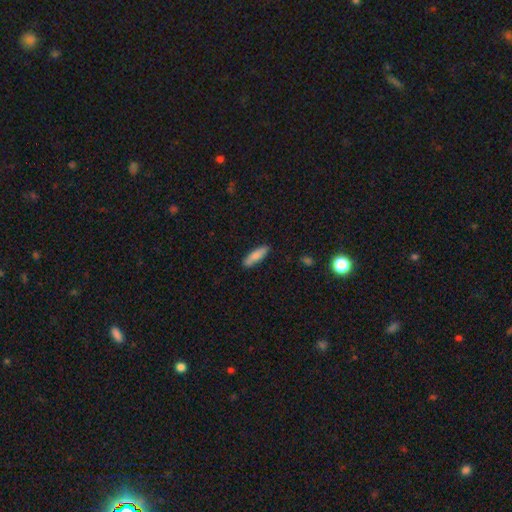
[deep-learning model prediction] The model was most divided on "how rounded": cigar-shaped: 59%, in between: 39%, round: 2%. More confident: merging — none (84%); smooth or featured — smooth (80%).